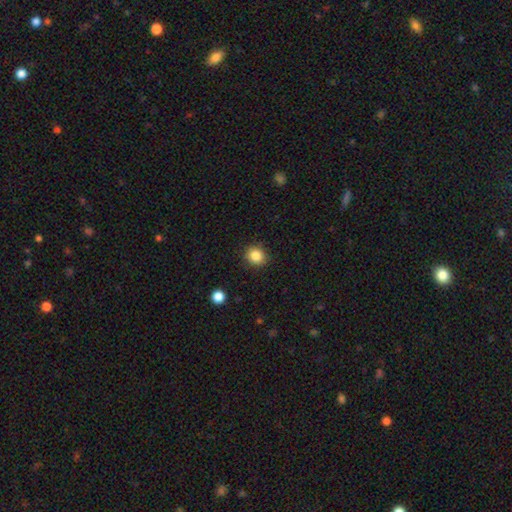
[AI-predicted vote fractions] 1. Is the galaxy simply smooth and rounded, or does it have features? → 85% smooth, 10% star or artifact, 4% featured or disk.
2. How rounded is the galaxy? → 82% round, 17% in between, 1% cigar-shaped.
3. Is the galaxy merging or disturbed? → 89% none, 7% minor disturbance, 2% major disturbance, 1% merger.